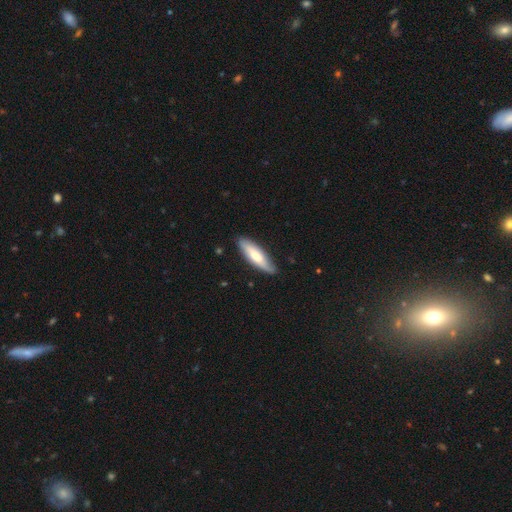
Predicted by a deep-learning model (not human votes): Smooth or featured?
  - smooth: 65% *
  - featured or disk: 30%
  - star or artifact: 5%
How rounded?
  - cigar-shaped: 57% *
  - in between: 41%
  - round: 1%
Merging?
  - none: 80% *
  - minor disturbance: 16%
  - major disturbance: 3%
  - merger: 1%